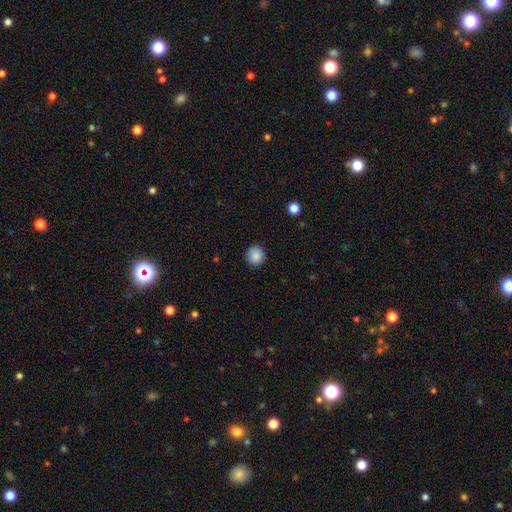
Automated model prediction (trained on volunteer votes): smooth 87%, star or artifact 9%, featured or disk 4%. Down the decision tree: how rounded — round (89%); merging — none (89%).